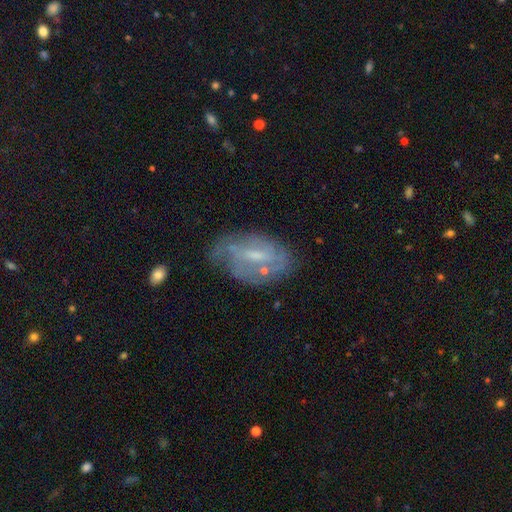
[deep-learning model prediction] smooth_or_featured: featured or disk (p=0.67) [alt: smooth p=0.25]
disk_edge_on: no (p=0.93) [alt: yes p=0.07]
bar: weak (p=0.53) [alt: no p=0.28]
has_spiral_arms: yes (p=0.69) [alt: no p=0.31]
bulge_size: small (p=0.48) [alt: moderate p=0.34]
merging: none (p=0.56) [alt: minor disturbance p=0.27]